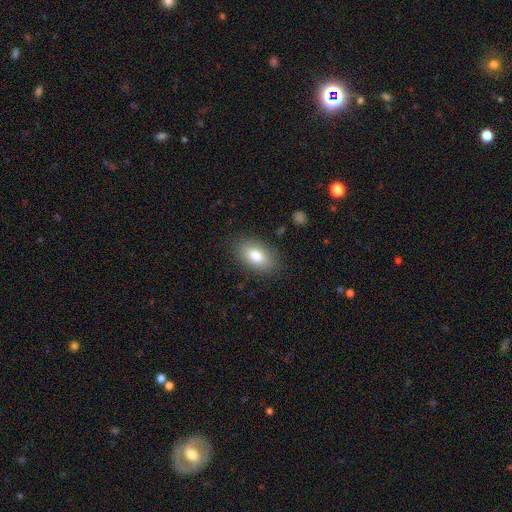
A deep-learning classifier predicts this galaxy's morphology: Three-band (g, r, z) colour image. It shows a smooth galaxy with no disk features (82%) that is in between round and cigar-shaped (91%). Merging: none (83%).